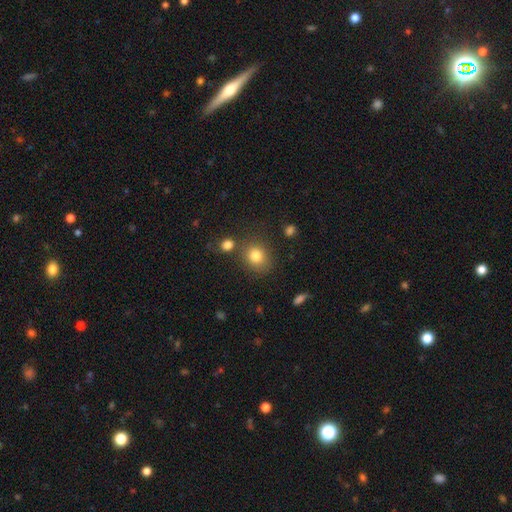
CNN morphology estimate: Smooth or featured?
  - smooth: 81% *
  - star or artifact: 12%
  - featured or disk: 8%
How rounded?
  - round: 70% *
  - in between: 30%
  - cigar-shaped: 1%
Merging?
  - none: 74% *
  - minor disturbance: 12%
  - merger: 10%
  - major disturbance: 4%